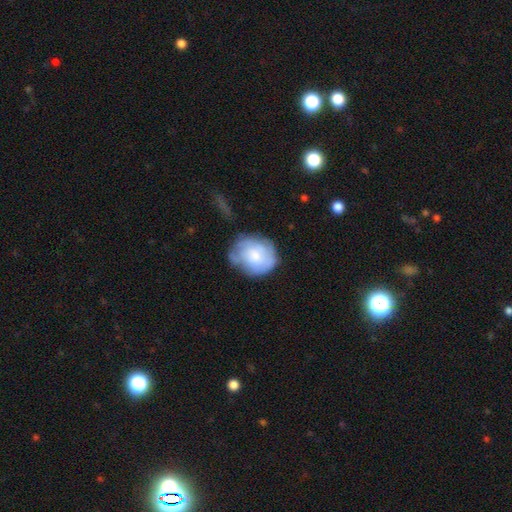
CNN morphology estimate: Q: Smooth or featured?
A: smooth (53%); runner-up: featured or disk (40%)
Q: How rounded?
A: round (57%); runner-up: in between (42%)
Q: Merging?
A: none (53%); runner-up: minor disturbance (30%)